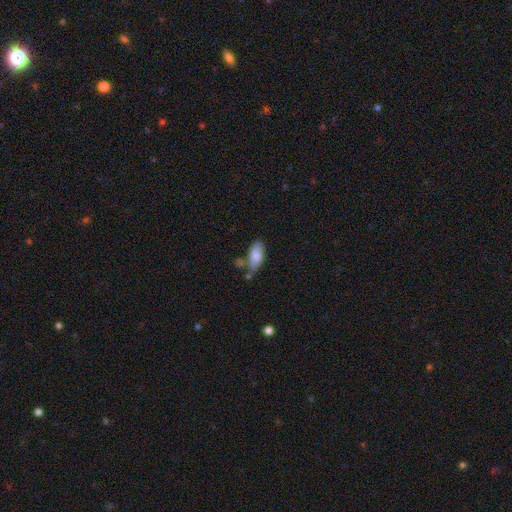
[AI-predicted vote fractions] This appears to be a smooth galaxy with no disk features (79%) that is in between round and cigar-shaped (88%). Merging: none (57%).